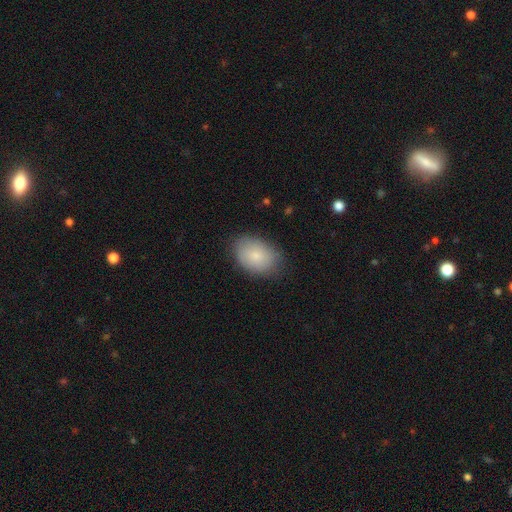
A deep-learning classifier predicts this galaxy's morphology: smooth 81%, featured or disk 12%, star or artifact 7%. Down the decision tree: how rounded — in between (81%); merging — none (80%).